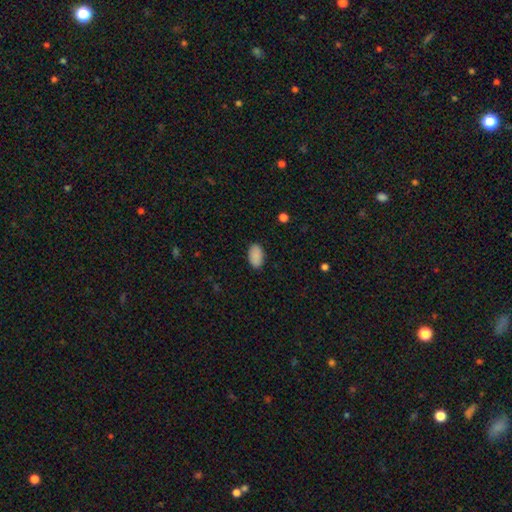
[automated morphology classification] Q: Smooth or featured?
A: smooth (90%); runner-up: star or artifact (7%)
Q: How rounded?
A: in between (94%); runner-up: round (5%)
Q: Merging?
A: none (88%); runner-up: minor disturbance (9%)